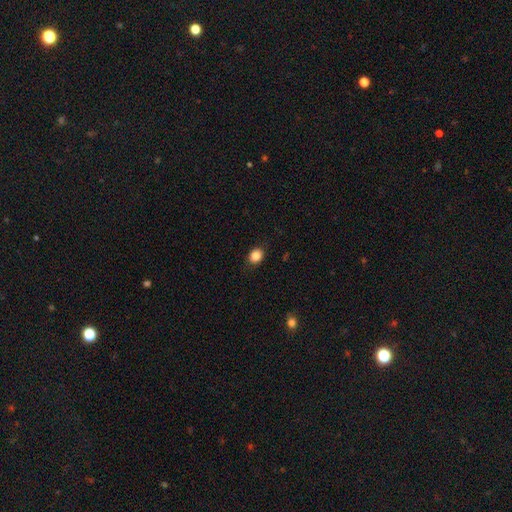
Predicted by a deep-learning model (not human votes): Morphology: type=smooth (86%); roundness=round (59%); merging=none (87%).